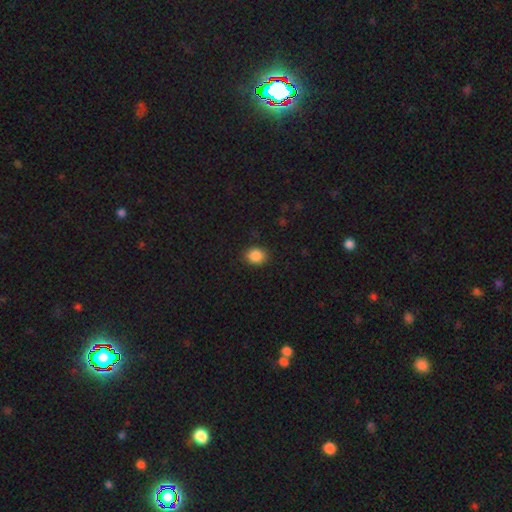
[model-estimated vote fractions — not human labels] Smooth or featured? Predicted: smooth (p=0.87). How rounded? Predicted: round (p=0.63). Merging? Predicted: none (p=0.88).